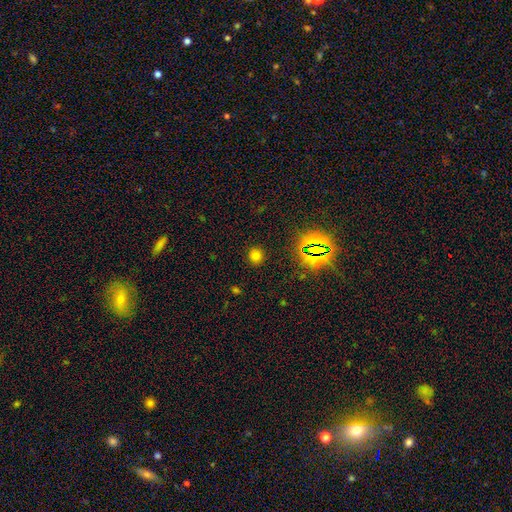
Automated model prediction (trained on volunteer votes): smooth 72%, star or artifact 22%, featured or disk 6%. Down the decision tree: how rounded — round (87%); merging — none (89%).